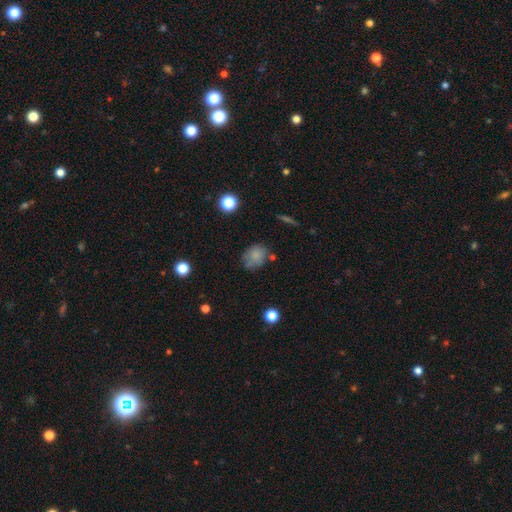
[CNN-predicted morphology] A smooth galaxy with no disk features (76%) that is round (56%). Merging: none (59%).